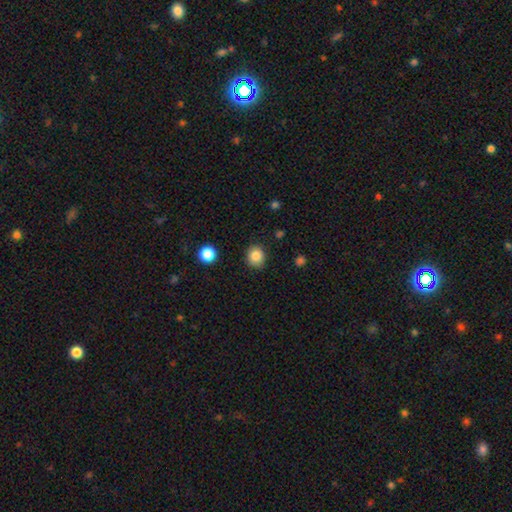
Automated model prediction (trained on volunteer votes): smooth-or-featured: smooth: 85% | star or artifact: 10% | featured or disk: 5%
  how-rounded: round: 79% | in between: 20% | cigar-shaped: 1%
  merging: none: 86% | minor disturbance: 10% | major disturbance: 2% | merger: 1%